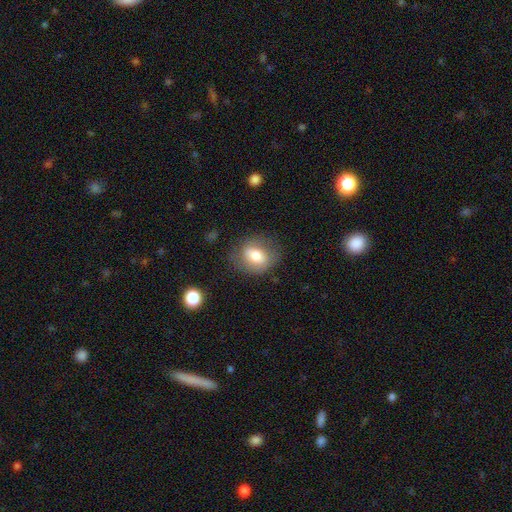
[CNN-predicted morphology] type=smooth (70%); roundness=round (50%); merging=none (71%).